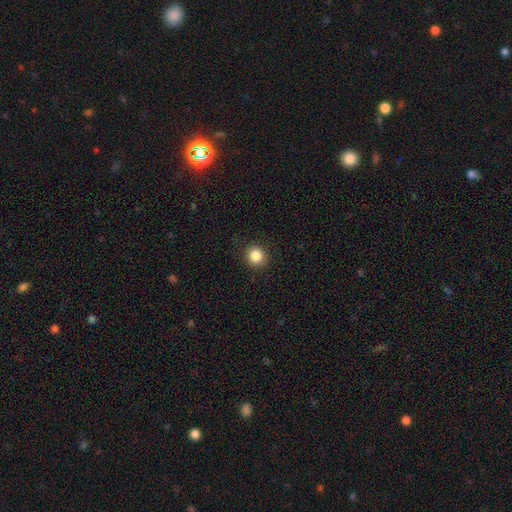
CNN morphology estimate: This is clearly a smooth galaxy (86%). How rounded: clearly round (90%). Merging: clearly none (91%).